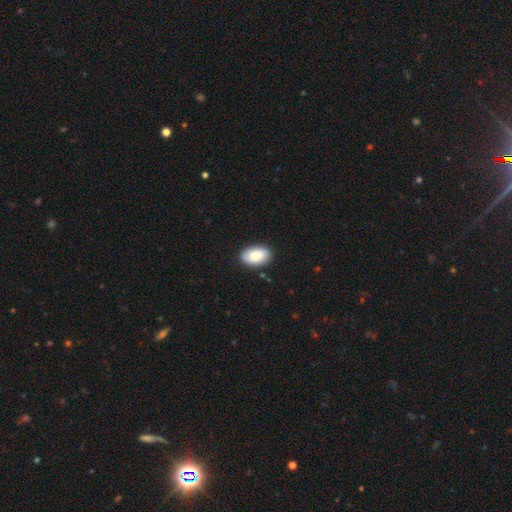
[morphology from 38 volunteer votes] Smooth or featured: smooth — 95% (featured or disk — 3%)
How rounded: in between — 94% (round — 6%)
Merging: none — 86% (minor disturbance — 8%)